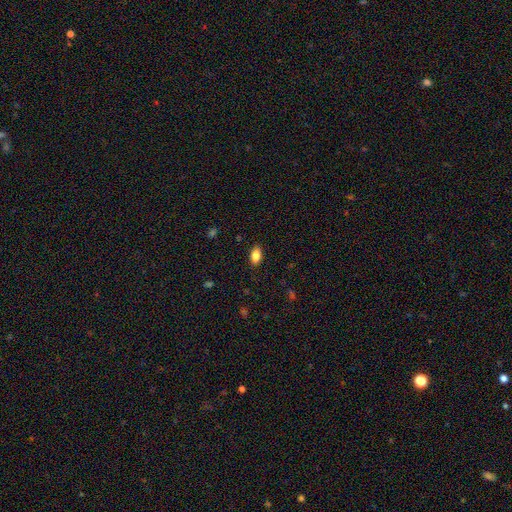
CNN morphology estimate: A smooth galaxy with no disk features (85%) that is in between round and cigar-shaped (90%).

Vote fractions:
- Smooth or featured? smooth: 85% / star or artifact: 9% / featured or disk: 7%
- How rounded? in between: 90% / round: 7% / cigar-shaped: 3%
- Merging? none: 88% / minor disturbance: 9% / major disturbance: 2% / merger: 1%